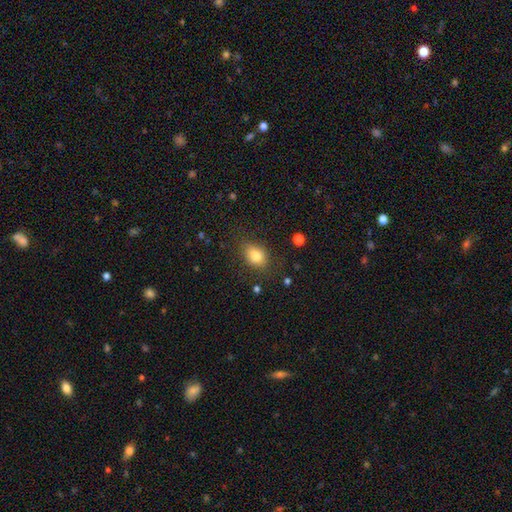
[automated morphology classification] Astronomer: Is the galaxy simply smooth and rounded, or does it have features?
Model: smooth — 82%.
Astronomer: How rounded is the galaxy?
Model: in between — 76%.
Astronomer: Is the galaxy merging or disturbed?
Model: none — 77%.